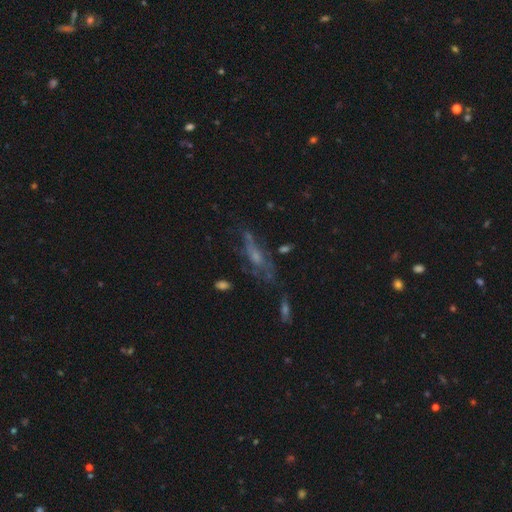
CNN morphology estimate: Q: Smooth or featured?
A: featured or disk (53%); runner-up: smooth (29%)
Q: Edge-on disk?
A: no (72%); runner-up: yes (28%)
Q: Merging?
A: none (44%); runner-up: major disturbance (25%)